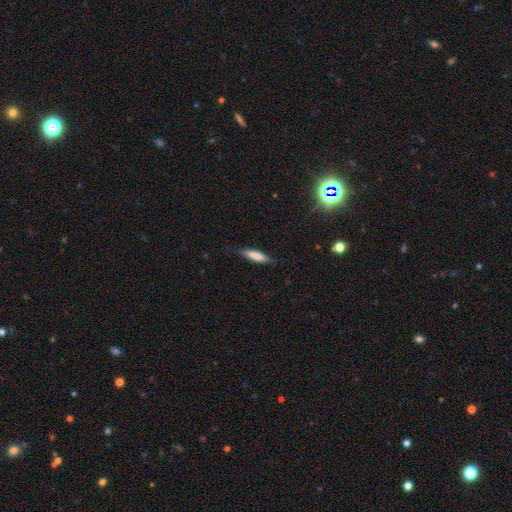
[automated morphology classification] Q: Smooth or featured?
A: smooth (75%); runner-up: featured or disk (19%)
Q: How rounded?
A: cigar-shaped (78%); runner-up: in between (20%)
Q: Merging?
A: none (80%); runner-up: minor disturbance (15%)